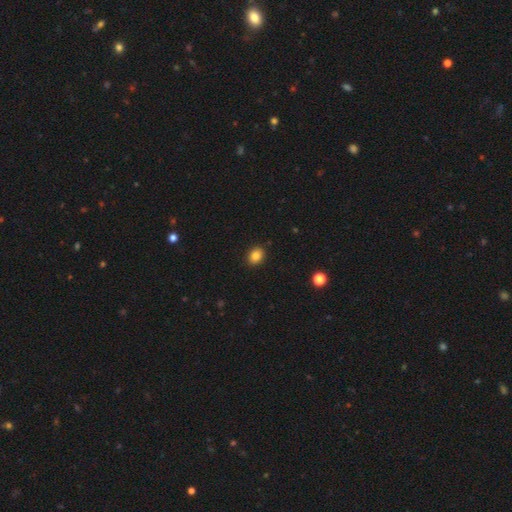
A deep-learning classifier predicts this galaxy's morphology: A smooth galaxy with no disk features (84%) that is round (54%).

Vote fractions:
- Smooth or featured? smooth: 84% / star or artifact: 11% / featured or disk: 5%
- How rounded? round: 54% / in between: 45% / cigar-shaped: 1%
- Merging? none: 90% / minor disturbance: 7% / major disturbance: 2% / merger: 1%